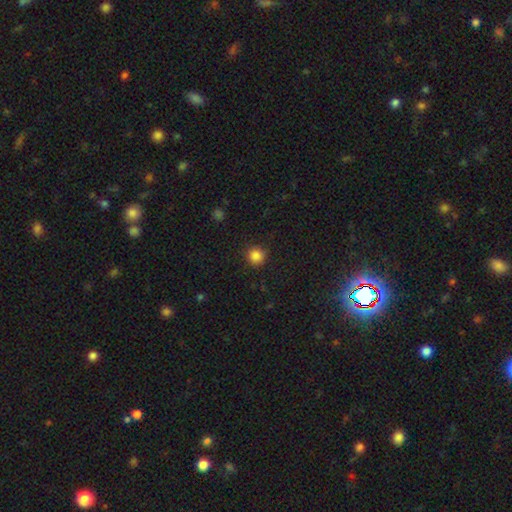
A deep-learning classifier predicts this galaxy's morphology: Smooth or featured: smooth — 85% (star or artifact — 11%)
How rounded: round — 93% (in between — 6%)
Merging: none — 88% (minor disturbance — 9%)